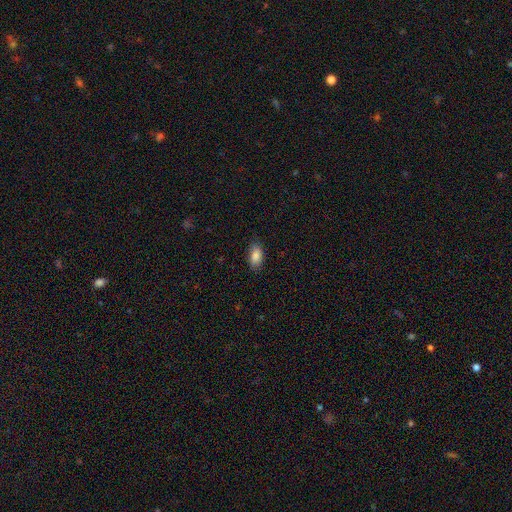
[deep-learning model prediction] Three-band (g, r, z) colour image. It shows a smooth galaxy with no disk features (87%) that is in between round and cigar-shaped (91%). Merging: none (82%).